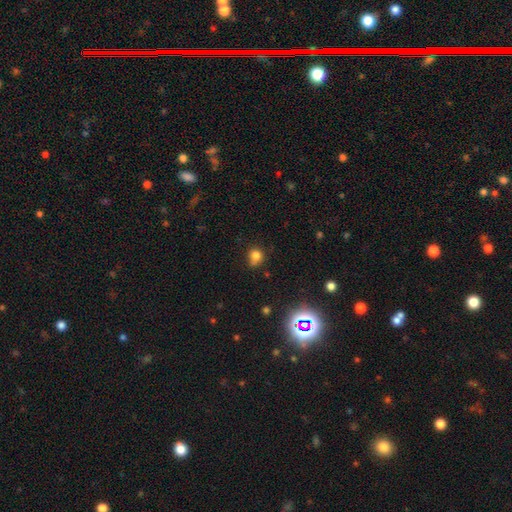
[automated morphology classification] Q: Smooth or featured?
A: smooth (78%); runner-up: star or artifact (15%)
Q: How rounded?
A: round (73%); runner-up: in between (26%)
Q: Merging?
A: none (58%); runner-up: minor disturbance (29%)